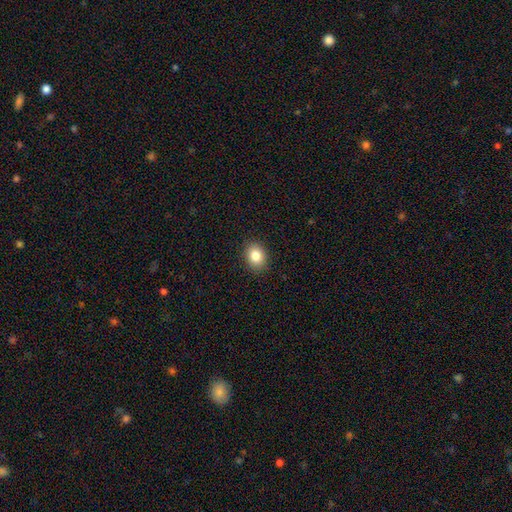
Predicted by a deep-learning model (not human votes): smooth 84%, star or artifact 10%, featured or disk 6%. Down the decision tree: how rounded — round (50%); merging — none (90%).